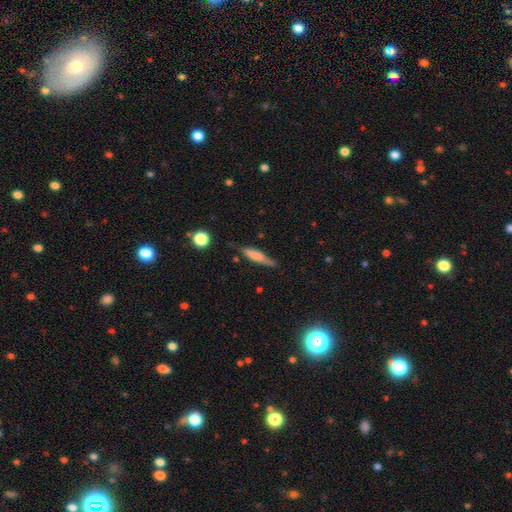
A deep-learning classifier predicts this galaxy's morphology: smooth-or-featured: smooth: 60% | featured or disk: 33% | star or artifact: 7%
  how-rounded: cigar-shaped: 79% | in between: 18% | round: 2%
  merging: none: 73% | minor disturbance: 20% | major disturbance: 5% | merger: 3%